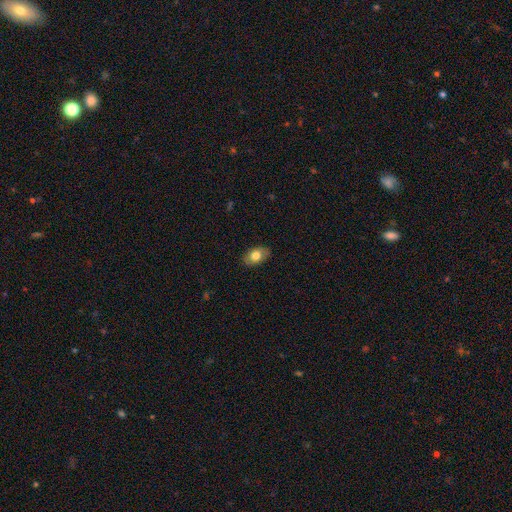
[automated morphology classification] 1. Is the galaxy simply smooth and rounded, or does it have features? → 77% smooth, 16% featured or disk, 7% star or artifact.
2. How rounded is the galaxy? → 88% in between, 11% round, 1% cigar-shaped.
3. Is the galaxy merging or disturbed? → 85% none, 12% minor disturbance, 2% major disturbance, 1% merger.